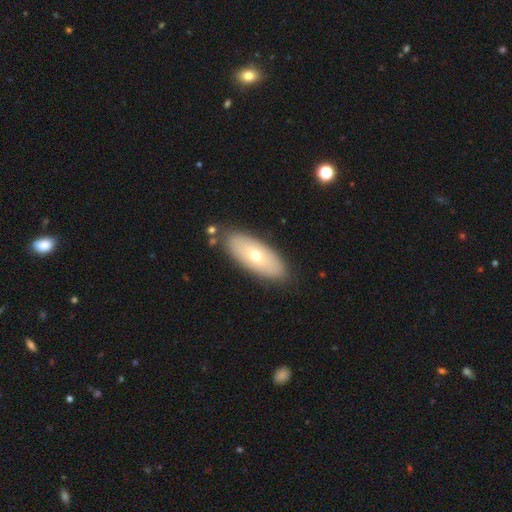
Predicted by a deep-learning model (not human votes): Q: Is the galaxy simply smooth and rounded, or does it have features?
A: smooth — 58%.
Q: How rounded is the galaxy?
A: in between — 78%.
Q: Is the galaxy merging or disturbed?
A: none — 84%.